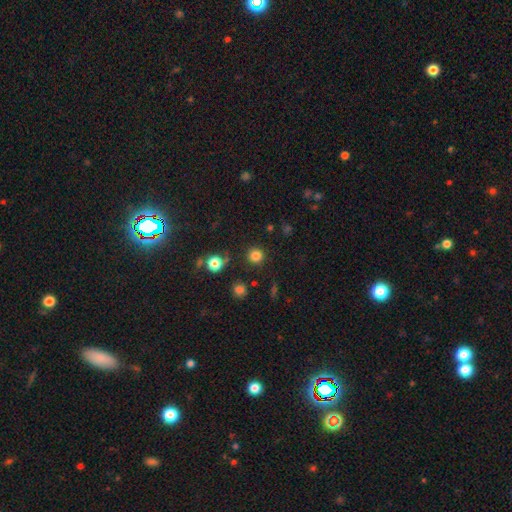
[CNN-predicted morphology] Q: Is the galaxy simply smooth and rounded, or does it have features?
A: smooth — 81%.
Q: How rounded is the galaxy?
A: round — 94%.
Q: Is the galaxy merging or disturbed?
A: none — 88%.